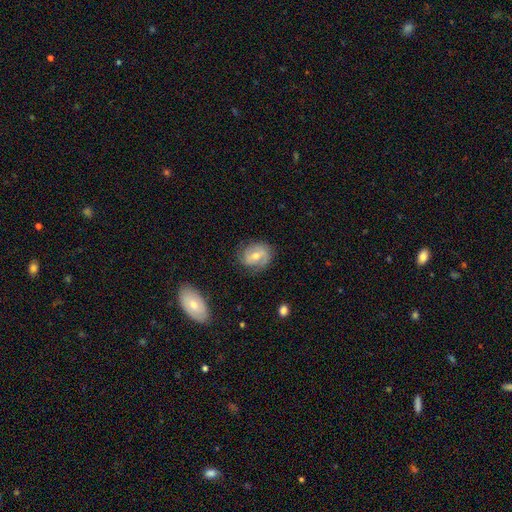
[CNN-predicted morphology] Q: Smooth or featured?
A: featured or disk (65%); runner-up: smooth (26%)
Q: Edge-on disk?
A: no (96%); runner-up: yes (4%)
Q: Bar?
A: weak (46%); runner-up: no (38%)
Q: Spiral arms?
A: yes (85%); runner-up: no (15%)
Q: Spiral winding?
A: tight (43%); runner-up: medium (39%)
Q: Spiral arm count?
A: 2 (66%); runner-up: can't tell (19%)
Q: Bulge size?
A: moderate (58%); runner-up: small (37%)
Q: Merging?
A: none (75%); runner-up: minor disturbance (17%)